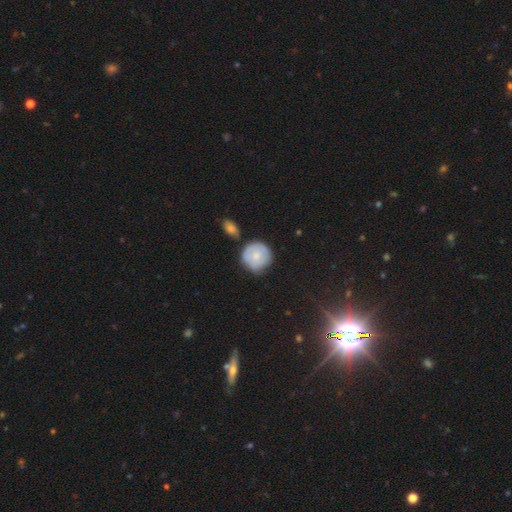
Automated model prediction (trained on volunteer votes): A smooth galaxy with no disk features (68%) that is round (90%). Merging: none (64%).